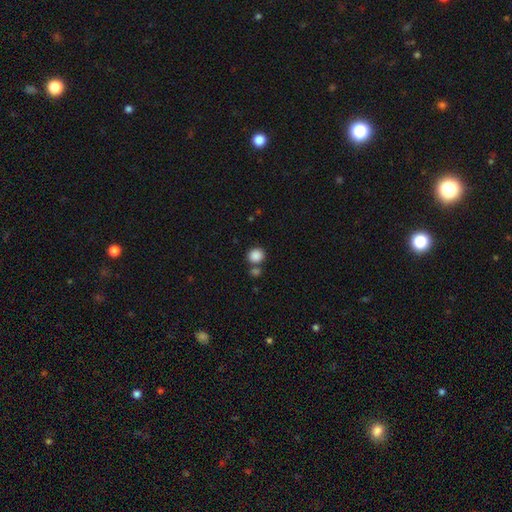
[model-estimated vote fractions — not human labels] This appears to be a smooth galaxy with no disk features (87%) that is round (82%). Merging: none (65%).